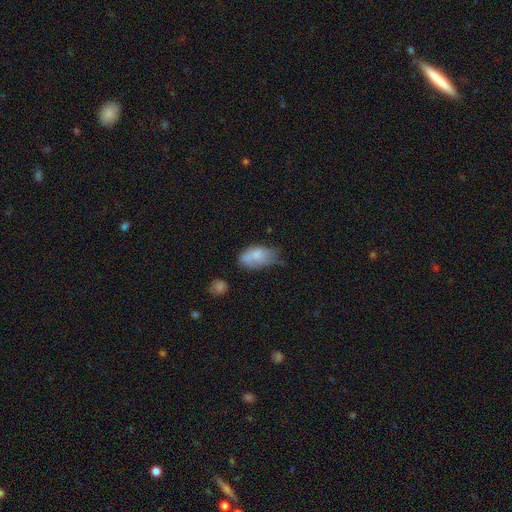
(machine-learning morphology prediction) smooth 77%, featured or disk 16%, star or artifact 8%. Down the decision tree: how rounded — in between (93%); merging — none (41%).